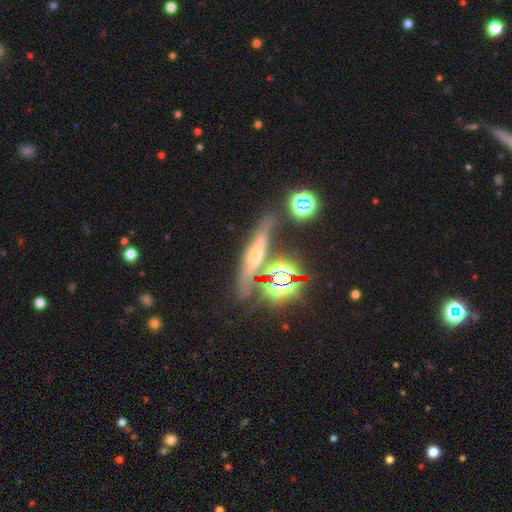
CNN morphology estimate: Q: Smooth or featured?
A: featured or disk (41%); runner-up: star or artifact (35%)
Q: Merging?
A: none (71%); runner-up: minor disturbance (14%)